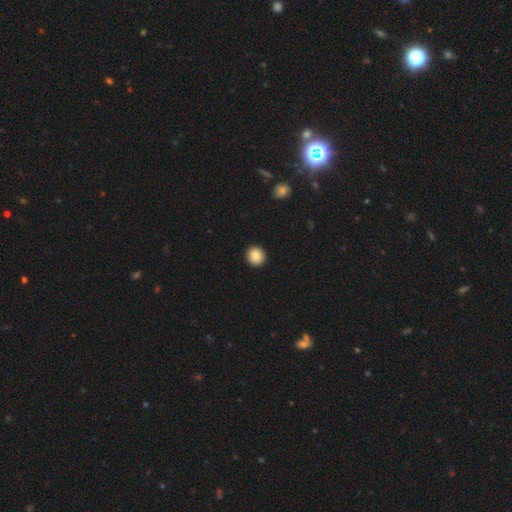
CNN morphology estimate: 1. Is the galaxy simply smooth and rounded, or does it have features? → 87% smooth, 8% star or artifact, 4% featured or disk.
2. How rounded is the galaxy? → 93% round, 7% in between, 1% cigar-shaped.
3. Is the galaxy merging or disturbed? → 93% none, 4% minor disturbance, 1% major disturbance, 1% merger.